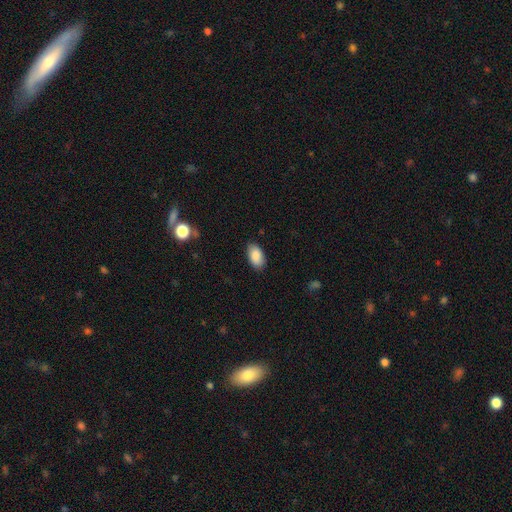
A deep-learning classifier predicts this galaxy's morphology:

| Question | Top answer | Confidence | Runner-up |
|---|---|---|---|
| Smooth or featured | smooth | 88% | star or artifact (7%) |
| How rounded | in between | 94% | round (4%) |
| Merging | none | 84% | minor disturbance (13%) |